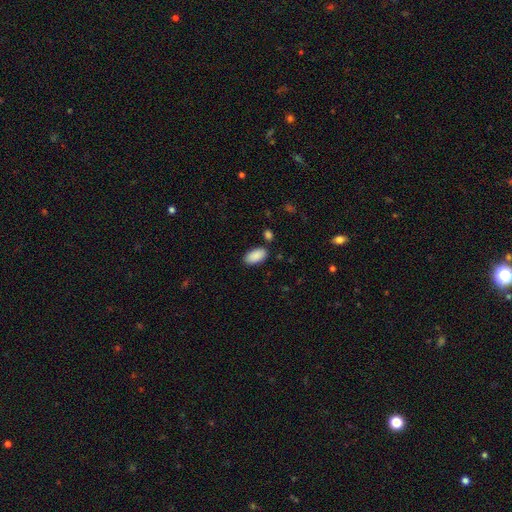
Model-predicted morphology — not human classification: A smooth galaxy with no disk features (90%) that is in between round and cigar-shaped (94%). Merging: none (82%).